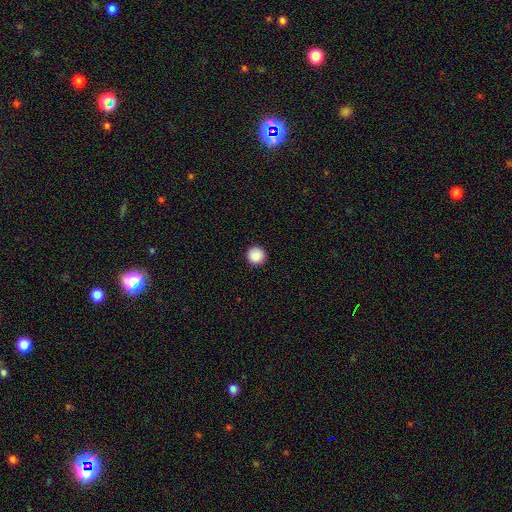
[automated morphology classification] Smooth or featured? Predicted: smooth (p=0.89). How rounded? Predicted: round (p=0.95). Merging? Predicted: none (p=0.93).